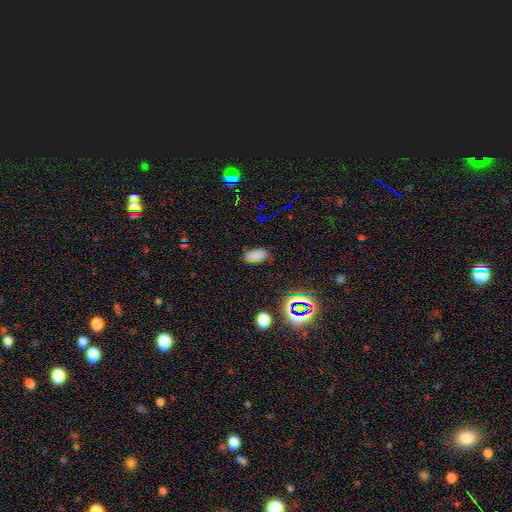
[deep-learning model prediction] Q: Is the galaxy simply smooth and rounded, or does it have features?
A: smooth — 69%.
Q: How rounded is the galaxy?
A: in between — 84%.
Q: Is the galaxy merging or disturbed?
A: none — 80%.